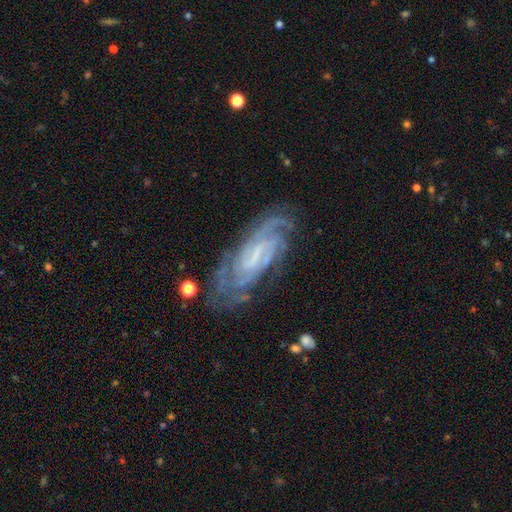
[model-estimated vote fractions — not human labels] Smooth or featured? featured or disk (87%)
Edge-on disk? no (93%)
Bar? weak (45%)
Spiral arms? yes (97%)
Spiral winding? tight (69%)
Spiral arm count? can't tell (26%, tied with 2)
Bulge size? small (50%)
Merging? none (72%)